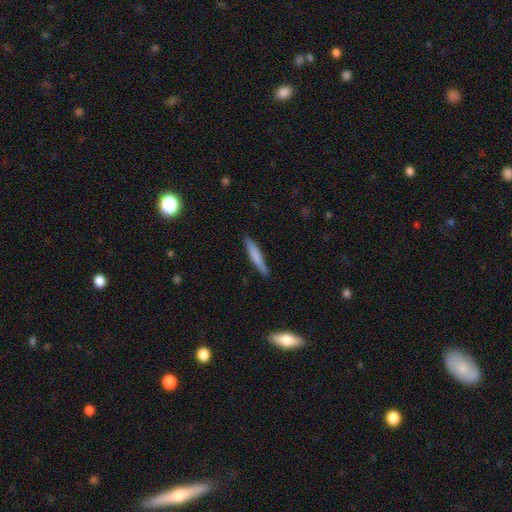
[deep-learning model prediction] A smooth galaxy with no disk features (72%) that is cigar-shaped (93%).

Vote fractions:
- Smooth or featured? smooth: 72% / featured or disk: 22% / star or artifact: 6%
- How rounded? cigar-shaped: 93% / in between: 6% / round: 1%
- Merging? none: 88% / minor disturbance: 9% / major disturbance: 2% / merger: 1%